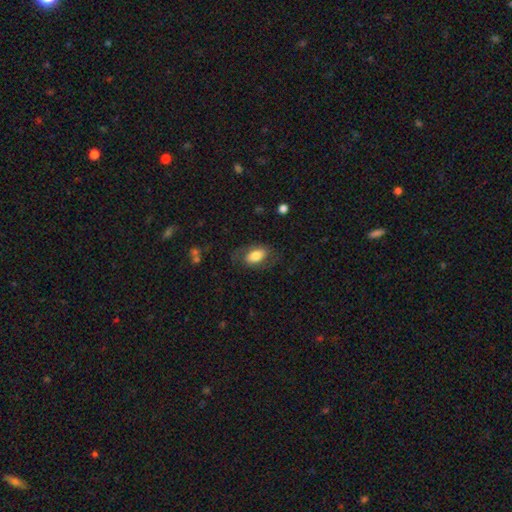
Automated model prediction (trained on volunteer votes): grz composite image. It shows a smooth galaxy with no disk features (68%) that is in between round and cigar-shaped (92%). Merging: none (70%).